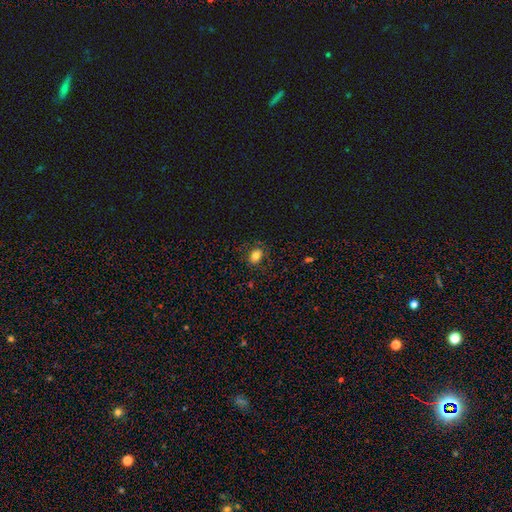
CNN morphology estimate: Smooth or featured? smooth (80%)
How rounded? in between (76%)
Merging? none (81%)